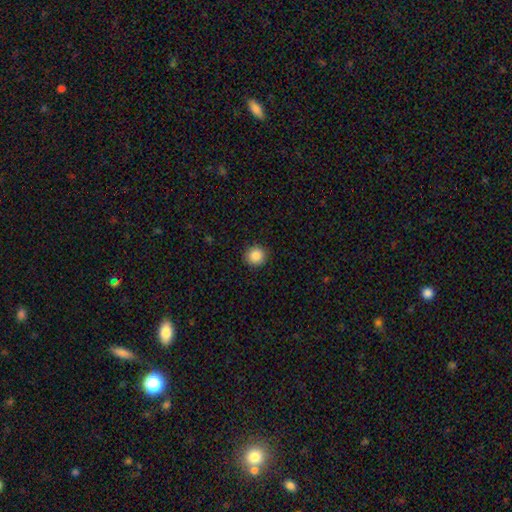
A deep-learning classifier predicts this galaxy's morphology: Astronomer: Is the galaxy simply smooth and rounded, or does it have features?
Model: smooth — 88%.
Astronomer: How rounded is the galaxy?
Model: round — 92%.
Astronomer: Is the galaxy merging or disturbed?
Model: none — 92%.